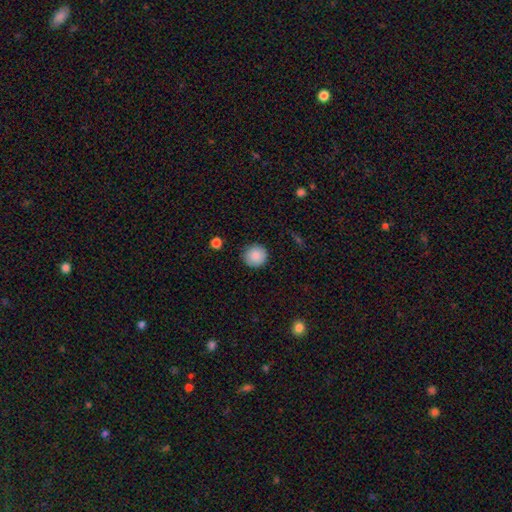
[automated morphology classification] Smooth or featured? smooth (88%)
How rounded? round (94%)
Merging? none (90%)